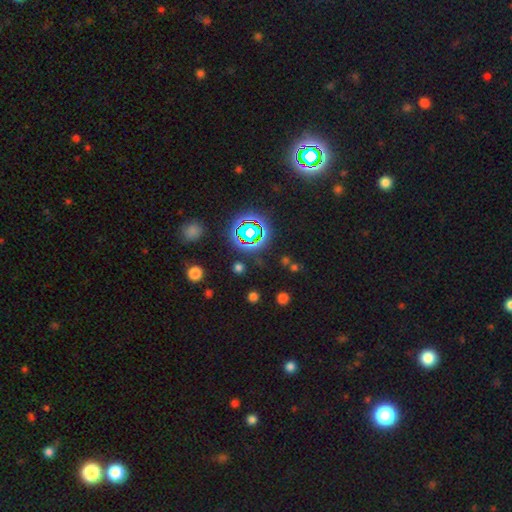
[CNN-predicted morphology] type=star or artifact (74%).